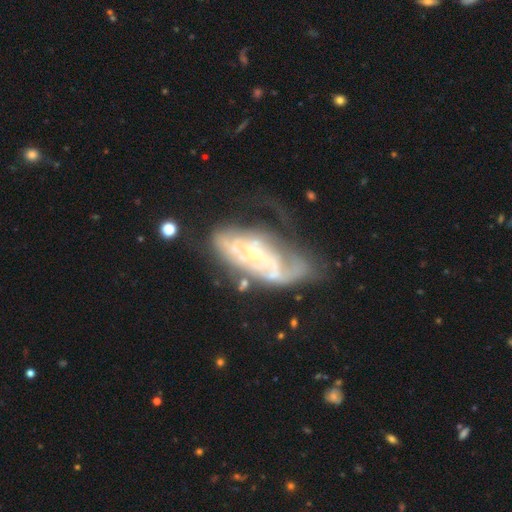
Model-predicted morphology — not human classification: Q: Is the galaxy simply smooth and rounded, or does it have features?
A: featured or disk — 81%.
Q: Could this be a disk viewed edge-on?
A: no — 92%.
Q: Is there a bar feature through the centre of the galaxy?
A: no — 67%.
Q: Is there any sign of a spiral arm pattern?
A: yes — 76%.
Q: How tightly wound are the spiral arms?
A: tight — 52%.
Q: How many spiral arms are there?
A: can't tell — 47%.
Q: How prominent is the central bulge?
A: small — 65%.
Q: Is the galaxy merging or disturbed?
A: major disturbance — 34%, tied with none.